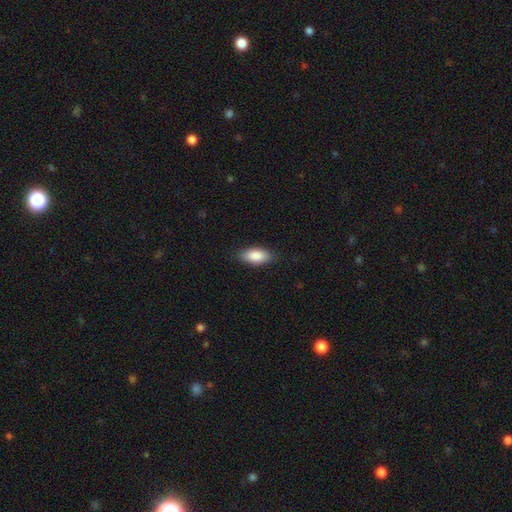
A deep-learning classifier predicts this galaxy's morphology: A smooth galaxy with no disk features (88%) that is in between round and cigar-shaped (89%).

Vote fractions:
- Smooth or featured? smooth: 88% / featured or disk: 7% / star or artifact: 6%
- How rounded? in between: 89% / cigar-shaped: 9% / round: 2%
- Merging? none: 84% / minor disturbance: 12% / major disturbance: 3% / merger: 1%